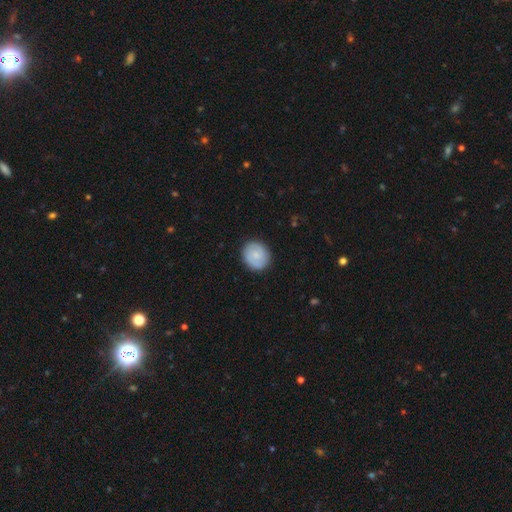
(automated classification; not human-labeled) Smooth or featured: smooth — 67% (featured or disk — 26%)
How rounded: round — 85% (in between — 14%)
Merging: none — 89% (minor disturbance — 8%)